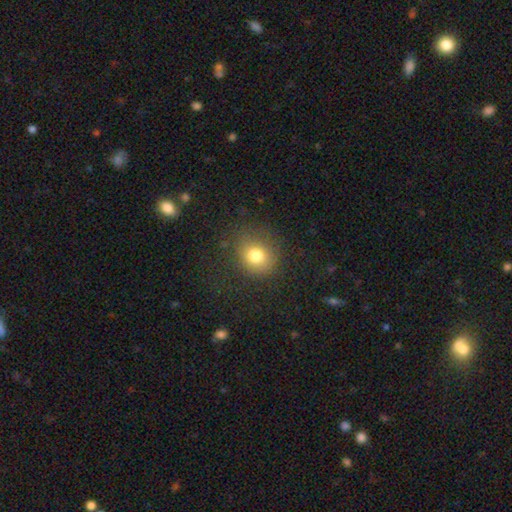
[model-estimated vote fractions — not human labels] Morphology: type=smooth (77%); roundness=round (78%); merging=none (79%).